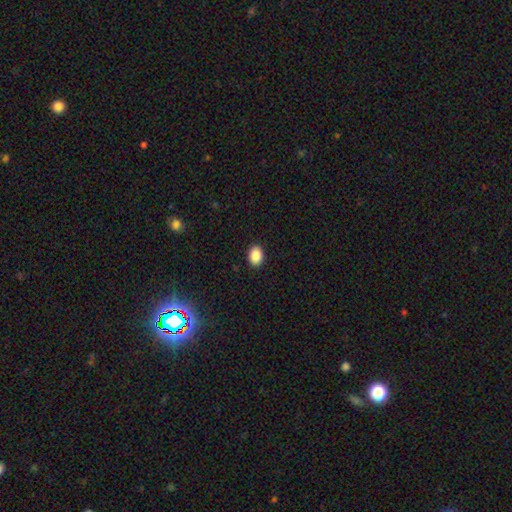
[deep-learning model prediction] smooth-or-featured: smooth: 88% | star or artifact: 9% | featured or disk: 4%
  how-rounded: in between: 68% | round: 31% | cigar-shaped: 1%
  merging: none: 91% | minor disturbance: 6% | major disturbance: 2% | merger: 1%